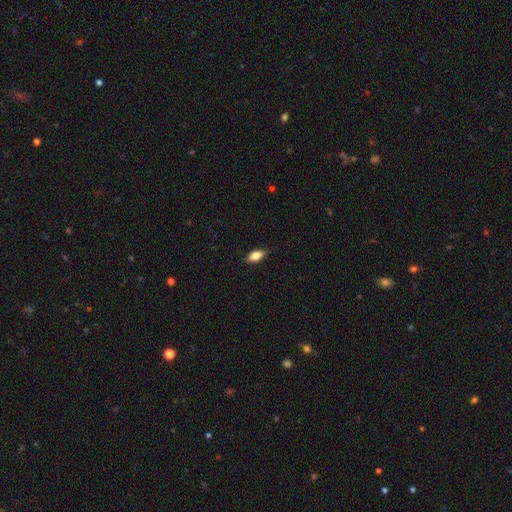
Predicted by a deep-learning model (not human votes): Smooth or featured?
  - smooth: 79% *
  - featured or disk: 14%
  - star or artifact: 7%
How rounded?
  - in between: 85% *
  - cigar-shaped: 11%
  - round: 3%
Merging?
  - none: 86% *
  - minor disturbance: 11%
  - major disturbance: 2%
  - merger: 1%